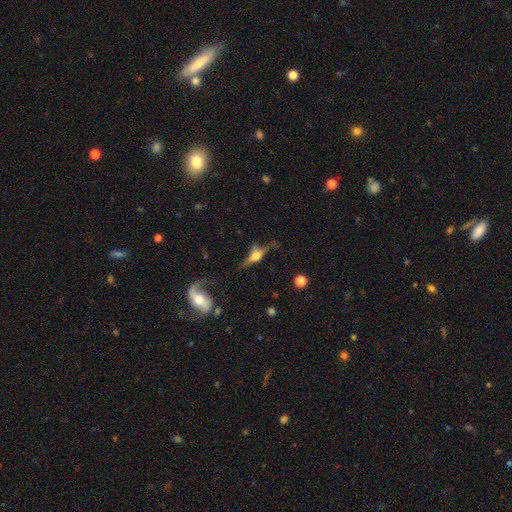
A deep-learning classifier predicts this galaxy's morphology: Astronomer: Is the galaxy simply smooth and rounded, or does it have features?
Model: featured or disk — 68%.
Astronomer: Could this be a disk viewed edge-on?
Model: yes — 81%.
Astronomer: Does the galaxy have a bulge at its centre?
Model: rounded — 91%.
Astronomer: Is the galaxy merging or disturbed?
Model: none — 55%.